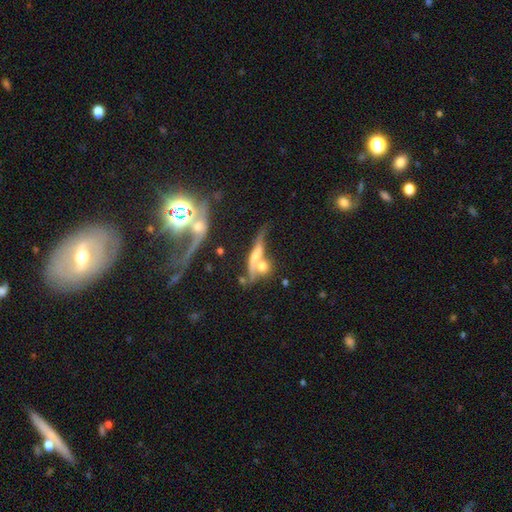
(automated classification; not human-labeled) This is possibly a featured or disk galaxy (46%). Merging: possibly merger (50%).